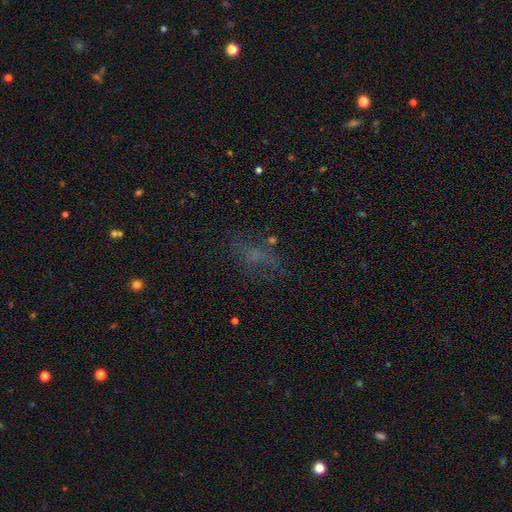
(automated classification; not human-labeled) Q: Smooth or featured?
A: smooth (43%); runner-up: star or artifact (30%)
Q: Merging?
A: none (56%); runner-up: major disturbance (21%)